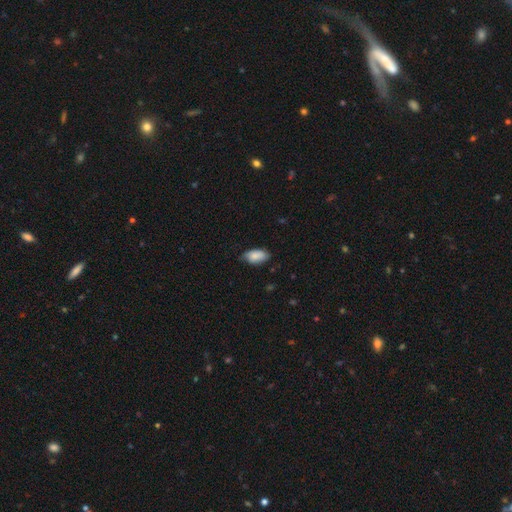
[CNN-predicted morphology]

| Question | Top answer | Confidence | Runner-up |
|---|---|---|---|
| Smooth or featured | smooth | 84% | featured or disk (10%) |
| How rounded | in between | 94% | round (3%) |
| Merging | none | 66% | minor disturbance (28%) |